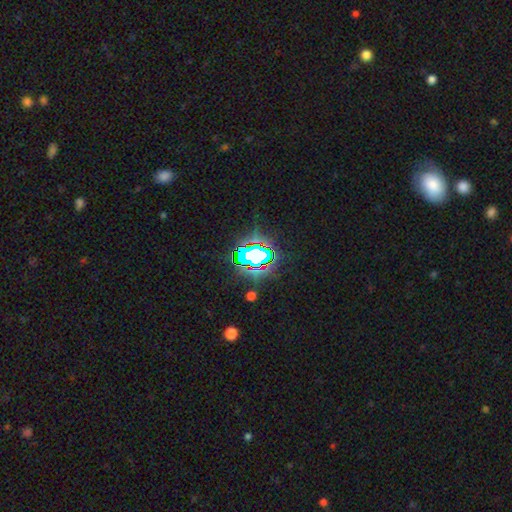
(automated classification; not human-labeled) Overall: star or artifact (68%).